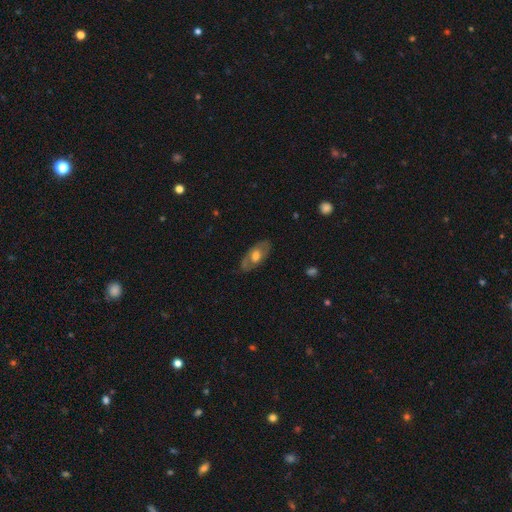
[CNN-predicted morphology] Smooth or featured: featured or disk — 53% (smooth — 41%)
Edge-on disk: no — 83% (yes — 17%)
Merging: none — 77% (minor disturbance — 16%)